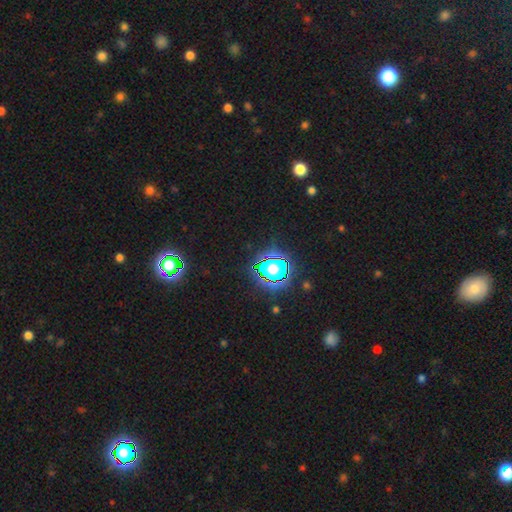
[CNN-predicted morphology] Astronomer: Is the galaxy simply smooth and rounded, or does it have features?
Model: star or artifact — 82%.